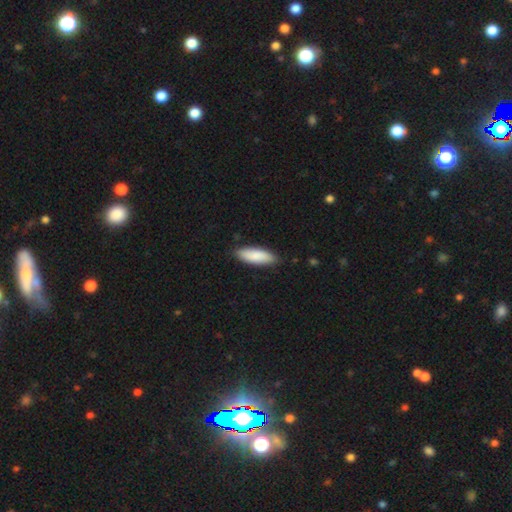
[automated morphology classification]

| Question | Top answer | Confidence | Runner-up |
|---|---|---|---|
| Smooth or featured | smooth | 85% | featured or disk (9%) |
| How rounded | in between | 61% | cigar-shaped (37%) |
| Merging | none | 86% | minor disturbance (11%) |